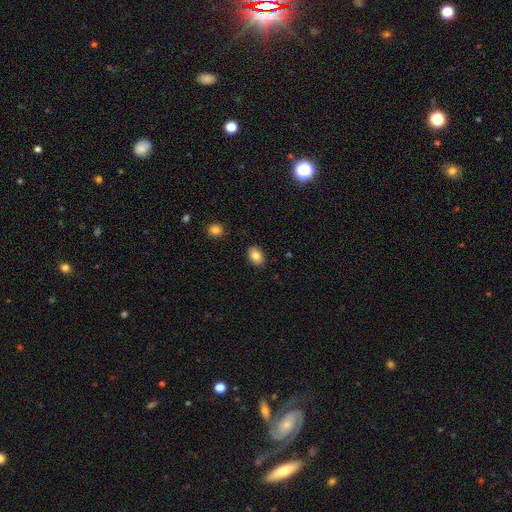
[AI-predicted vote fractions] Q: Smooth or featured?
A: smooth (83%); runner-up: star or artifact (9%)
Q: How rounded?
A: in between (70%); runner-up: round (29%)
Q: Merging?
A: none (88%); runner-up: minor disturbance (9%)